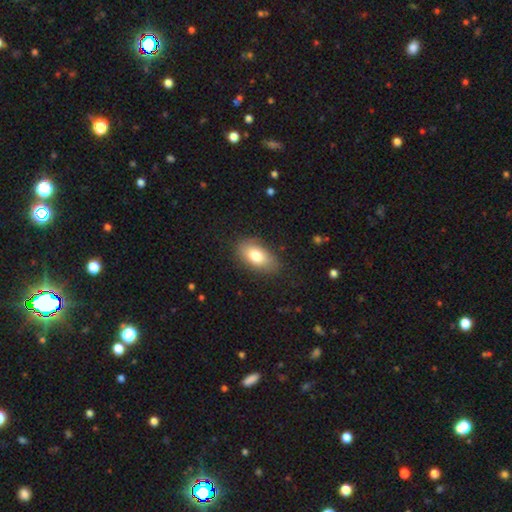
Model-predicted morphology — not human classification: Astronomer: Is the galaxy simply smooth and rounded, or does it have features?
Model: smooth — 80%.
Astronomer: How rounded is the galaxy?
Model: in between — 92%.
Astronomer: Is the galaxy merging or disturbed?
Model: none — 79%.